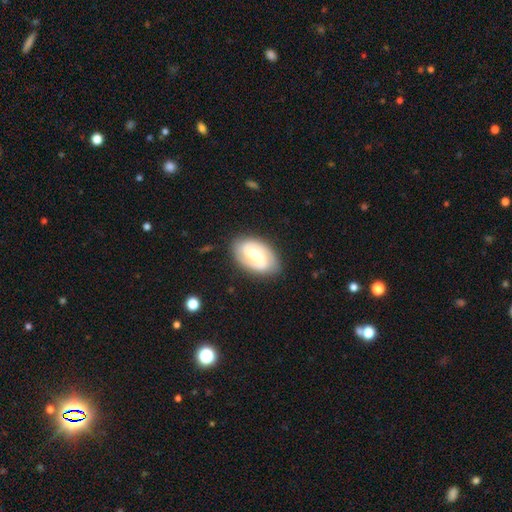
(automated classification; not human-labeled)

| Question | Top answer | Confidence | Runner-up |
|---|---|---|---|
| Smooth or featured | featured or disk | 80% | smooth (16%) |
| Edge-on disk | no | 97% | yes (3%) |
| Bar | weak | 46% | strong (30%) |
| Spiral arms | yes | 95% | no (5%) |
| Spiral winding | medium | 43% | tight (42%) |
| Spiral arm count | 2 | 87% | can't tell (5%) |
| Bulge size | moderate | 49% | small (30%) |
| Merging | none | 84% | minor disturbance (11%) |